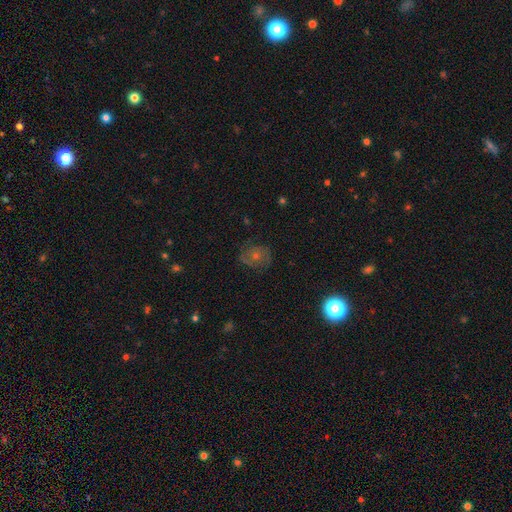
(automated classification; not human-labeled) Smooth or featured?
  - featured or disk: 47% *
  - smooth: 29%
  - star or artifact: 24%
Merging?
  - none: 78% *
  - minor disturbance: 14%
  - major disturbance: 6%
  - merger: 1%